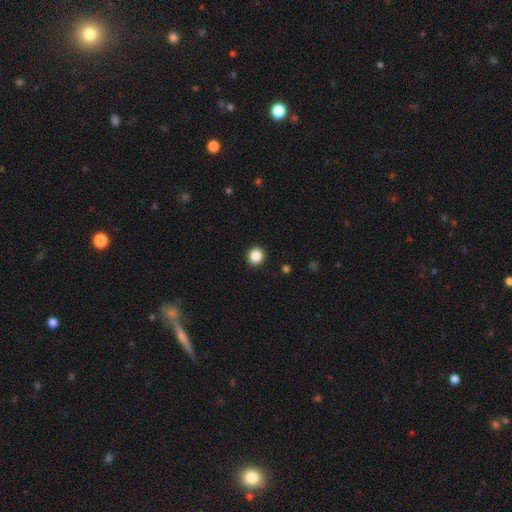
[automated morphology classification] Overall: smooth (87%). How rounded: round (91%). Merging: none (93%).